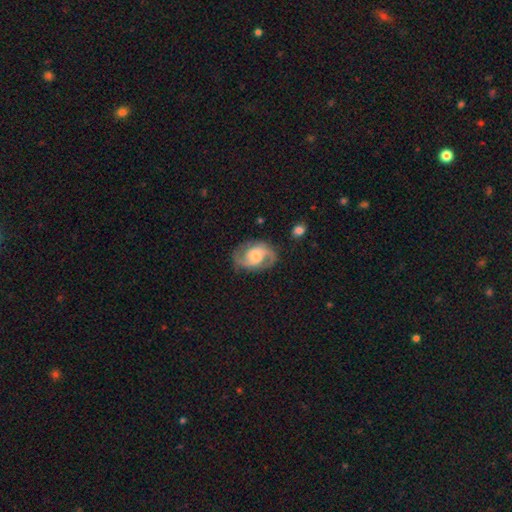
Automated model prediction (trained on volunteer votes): Smooth or featured? Predicted: featured or disk (p=0.83). Edge-on disk? Predicted: no (p=0.97). Bar? Predicted: no (p=0.49). Spiral arms? Predicted: yes (p=0.95). Spiral winding? Predicted: medium (p=0.55). Spiral arm count? Predicted: 2 (p=0.90). Bulge size? Predicted: moderate (p=0.47). Merging? Predicted: none (p=0.77).